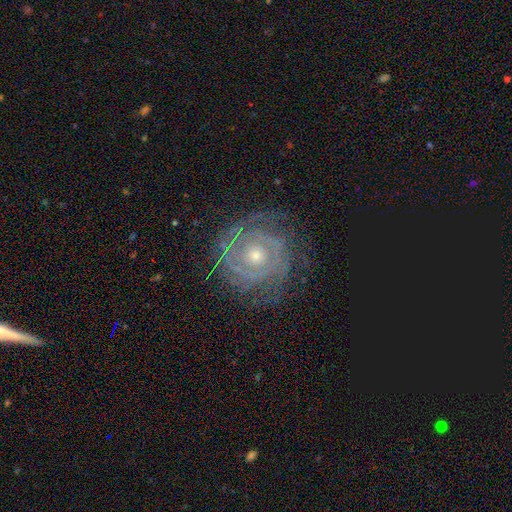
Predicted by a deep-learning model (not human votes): Morphology: type=featured or disk (85%); edge-on=no (97%); bar=no (81%); spiral arms=yes (94%); winding=tight (80%); arm count=can't tell (32%); bulge=small (51%); merging=none (76%).